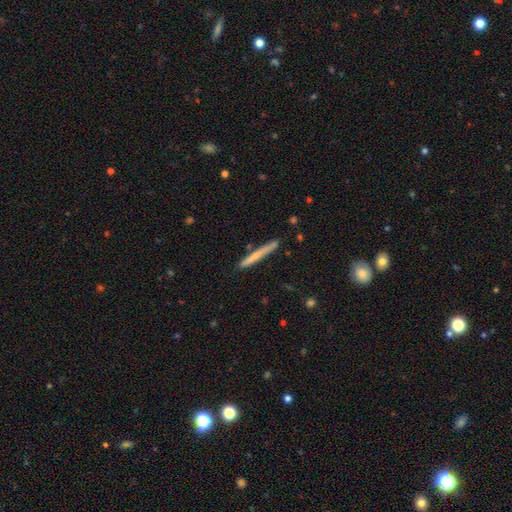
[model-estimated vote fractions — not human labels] The model was most divided on "smooth or featured": smooth: 52%, featured or disk: 42%, star or artifact: 6%. More confident: how rounded — cigar-shaped (96%); merging — none (85%).